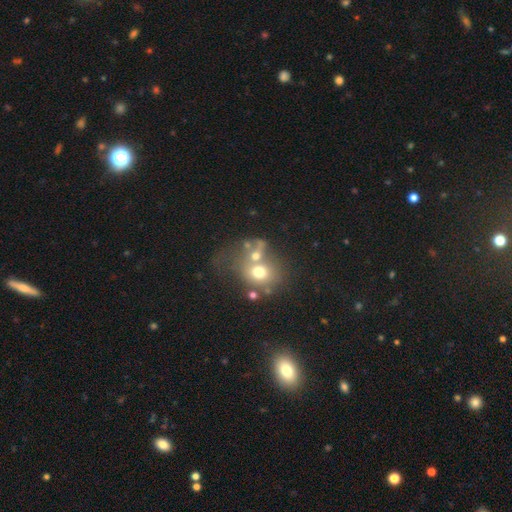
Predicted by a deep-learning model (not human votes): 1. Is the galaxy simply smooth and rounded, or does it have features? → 60% smooth, 26% featured or disk, 14% star or artifact.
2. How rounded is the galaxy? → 61% round, 37% in between, 1% cigar-shaped.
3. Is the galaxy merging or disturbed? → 50% merger, 25% none, 14% major disturbance, 11% minor disturbance.